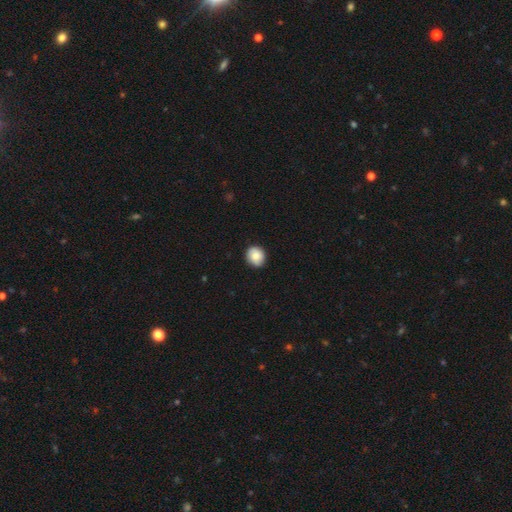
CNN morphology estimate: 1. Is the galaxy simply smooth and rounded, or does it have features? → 83% smooth, 10% featured or disk, 8% star or artifact.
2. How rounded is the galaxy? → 76% round, 23% in between, 1% cigar-shaped.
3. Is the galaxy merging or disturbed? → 86% none, 11% minor disturbance, 2% major disturbance, 1% merger.